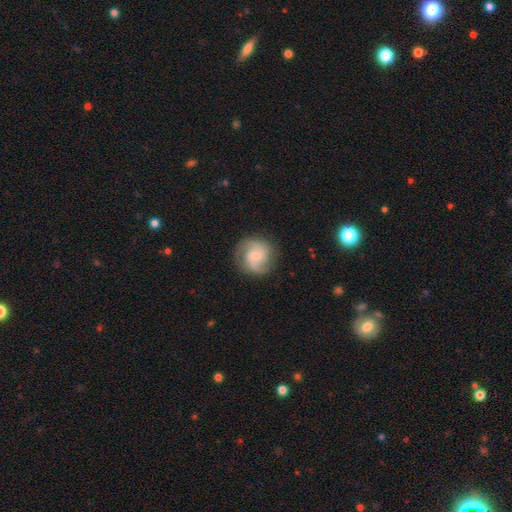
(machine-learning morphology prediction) This appears to be a featured or disk galaxy (70%) with no bar (68%), 2 (70%) medium (48%) spiral arms (93%) and a small central bulge (66%). Merging: none (77%).